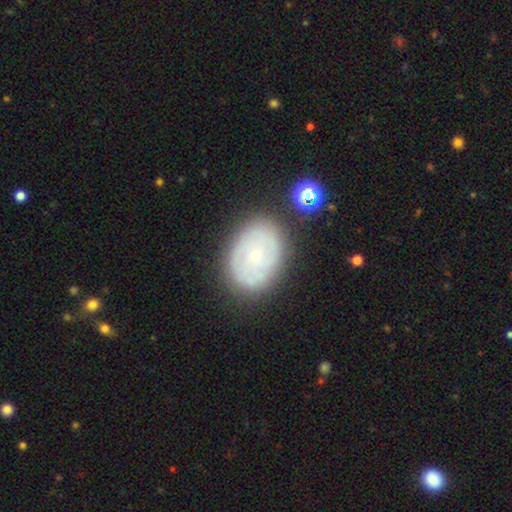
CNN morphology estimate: Q: Smooth or featured?
A: featured or disk (60%); runner-up: smooth (33%)
Q: Edge-on disk?
A: no (96%); runner-up: yes (4%)
Q: Bar?
A: no (82%); runner-up: weak (15%)
Q: Spiral arms?
A: yes (58%); runner-up: no (42%)
Q: Bulge size?
A: small (71%); runner-up: moderate (25%)
Q: Merging?
A: none (76%); runner-up: minor disturbance (16%)